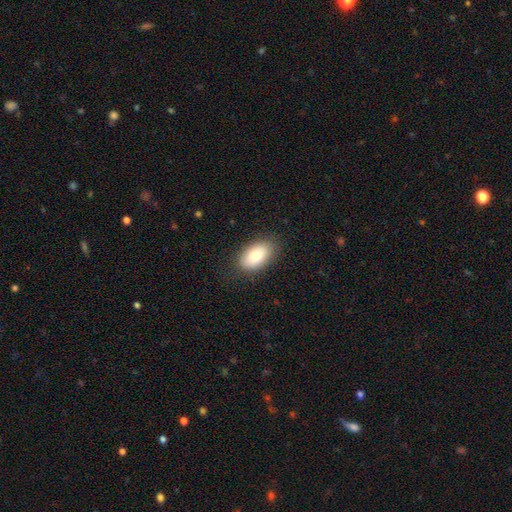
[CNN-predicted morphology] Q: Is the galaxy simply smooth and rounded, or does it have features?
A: smooth — 83%.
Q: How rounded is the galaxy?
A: in between — 94%.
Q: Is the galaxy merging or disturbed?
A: none — 84%.